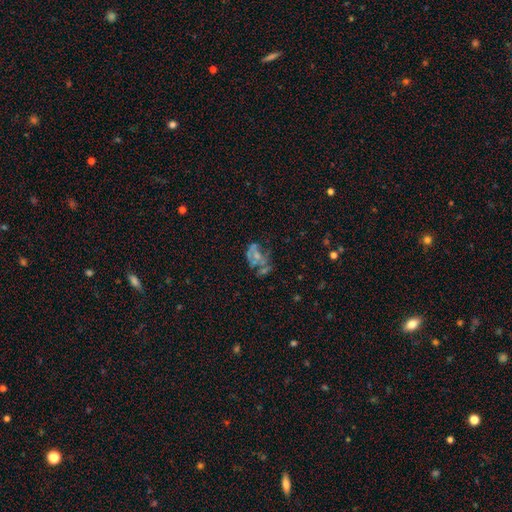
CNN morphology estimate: This appears to be a featured or disk galaxy (53%) with no bar (82%), no spiral arms (72%) and a small central bulge (33%, tied with none). Merging: major disturbance (32%).